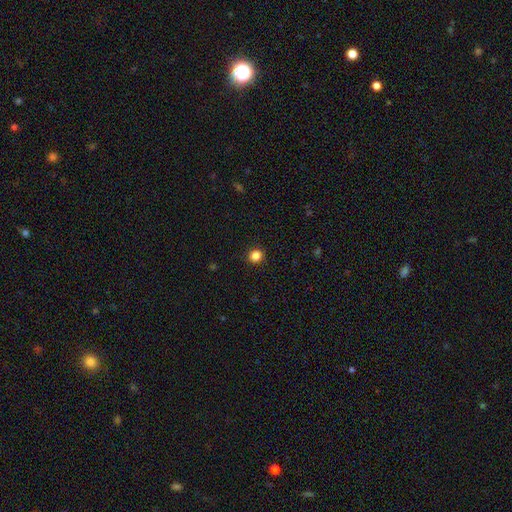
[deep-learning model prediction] smooth 85%, star or artifact 12%, featured or disk 3%. Down the decision tree: how rounded — round (93%); merging — none (92%).